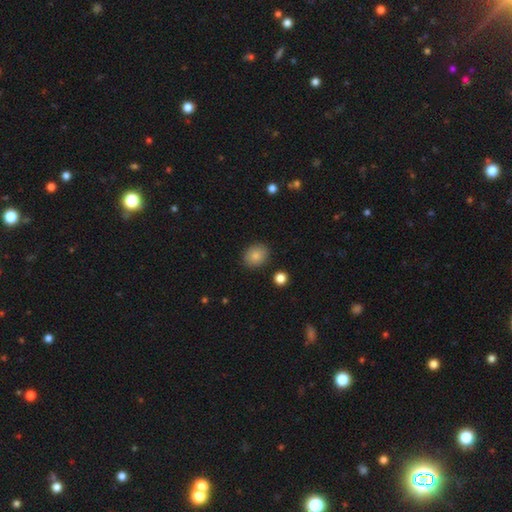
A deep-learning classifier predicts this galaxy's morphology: type=smooth (85%); roundness=round (56%); merging=none (88%).